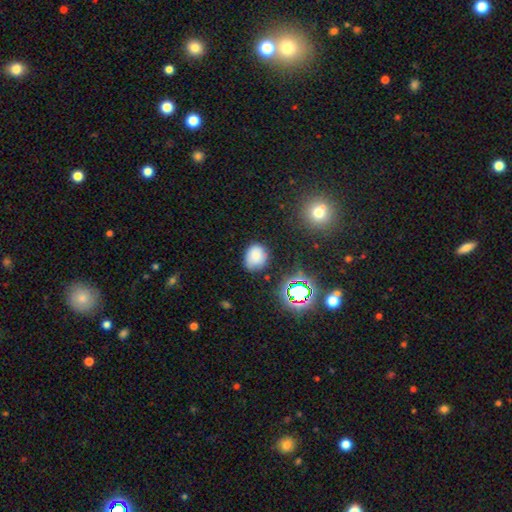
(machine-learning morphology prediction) Smooth or featured: smooth — 76% (star or artifact — 15%)
How rounded: round — 55% (in between — 44%)
Merging: none — 69% (minor disturbance — 23%)